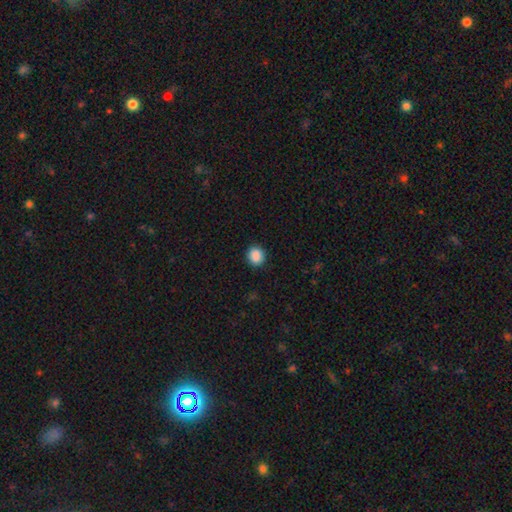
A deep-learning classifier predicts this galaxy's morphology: This is clearly a smooth galaxy (89%). How rounded: clearly round (82%). Merging: clearly none (90%).